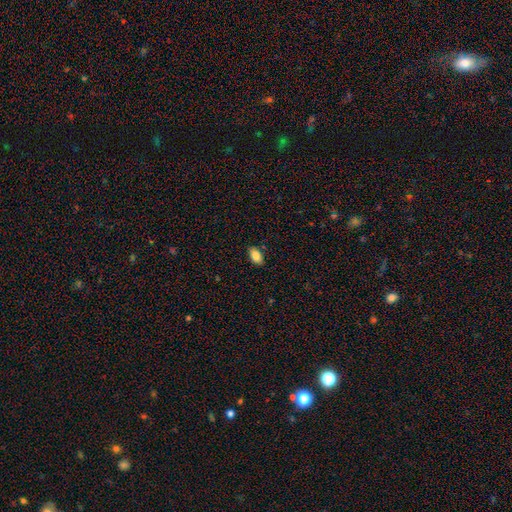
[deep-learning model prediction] Smooth or featured?
  - smooth: 85% *
  - star or artifact: 8%
  - featured or disk: 8%
How rounded?
  - in between: 92% *
  - round: 5%
  - cigar-shaped: 3%
Merging?
  - none: 86% *
  - minor disturbance: 11%
  - major disturbance: 2%
  - merger: 1%